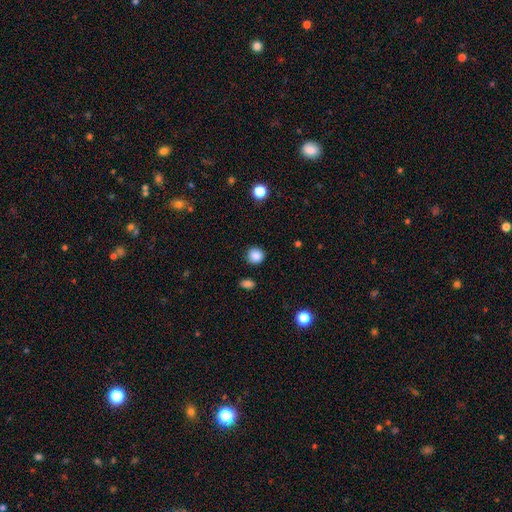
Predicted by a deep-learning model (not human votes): Morphology: type=smooth (87%); roundness=round (91%); merging=none (89%).